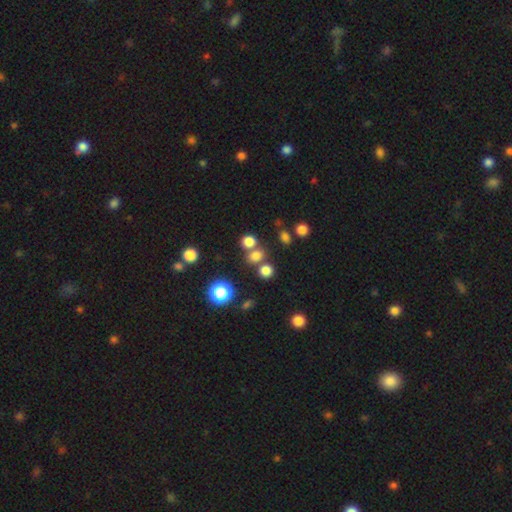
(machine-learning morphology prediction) A smooth galaxy with no disk features (73%) that is round (68%).

Vote fractions:
- Smooth or featured? smooth: 73% / star or artifact: 21% / featured or disk: 7%
- How rounded? round: 68% / in between: 31% / cigar-shaped: 1%
- Merging? none: 63% / merger: 24% / minor disturbance: 9% / major disturbance: 4%